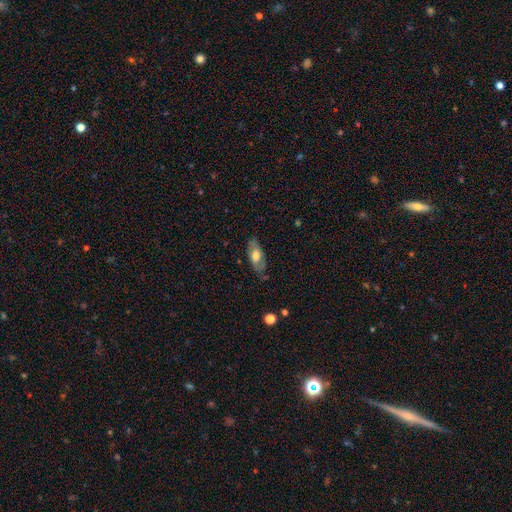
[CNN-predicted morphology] A smooth galaxy with no disk features (55%) that is in between round and cigar-shaped (85%). Merging: none (75%).